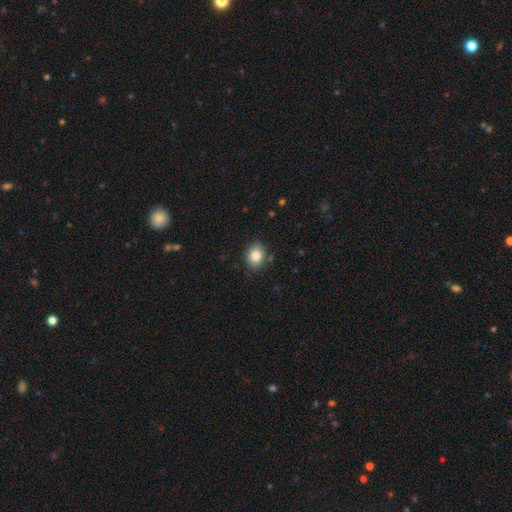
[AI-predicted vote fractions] A smooth galaxy with no disk features (83%) that is in between round and cigar-shaped (51%). Merging: none (87%).